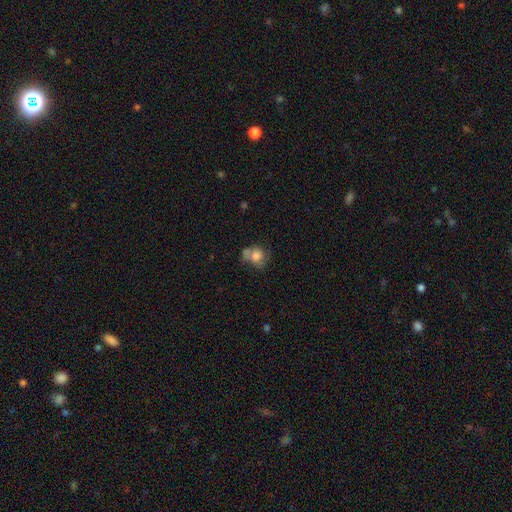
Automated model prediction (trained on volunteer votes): A smooth galaxy with no disk features (69%) that is round (64%). Merging: none (39%).